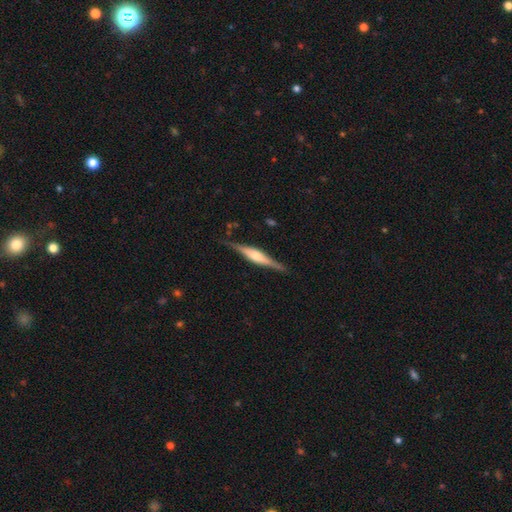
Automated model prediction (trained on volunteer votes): featured or disk 74%, smooth 21%, star or artifact 5%. Down the decision tree: edge-on disk — yes (98%); edge-on bulge — rounded (77%); merging — none (86%).